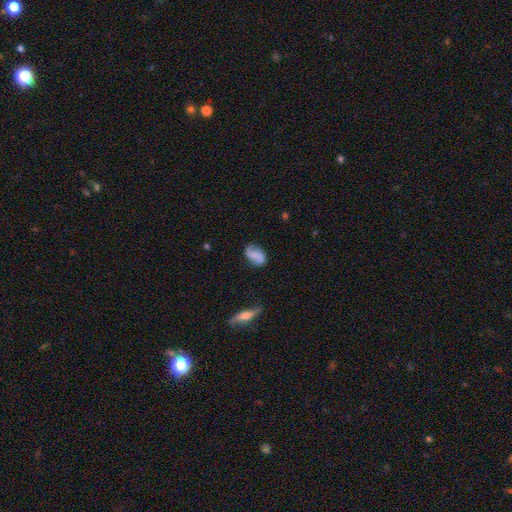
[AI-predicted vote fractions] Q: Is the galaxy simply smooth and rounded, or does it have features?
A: smooth — 46%.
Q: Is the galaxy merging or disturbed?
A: none — 68%.